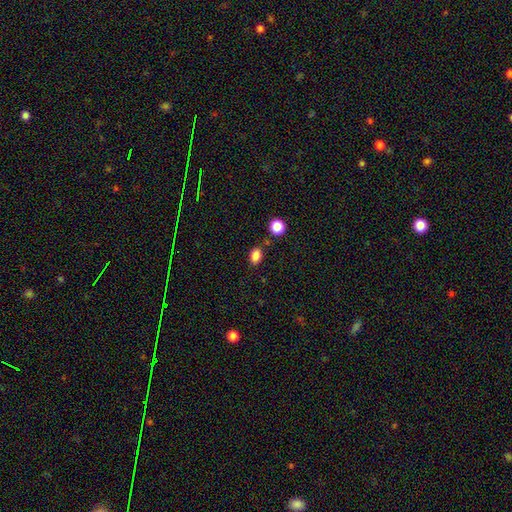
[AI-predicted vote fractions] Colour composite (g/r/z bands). It shows a smooth galaxy with no disk features (85%) that is in between round and cigar-shaped (75%). Merging: none (80%).